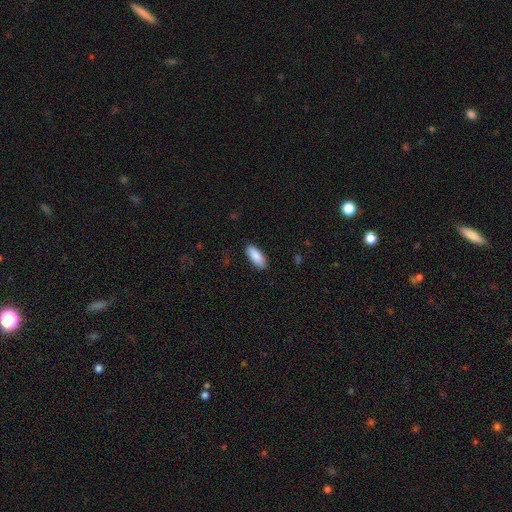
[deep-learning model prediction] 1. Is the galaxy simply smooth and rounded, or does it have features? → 89% smooth, 6% star or artifact, 5% featured or disk.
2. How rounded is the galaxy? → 80% in between, 18% cigar-shaped, 2% round.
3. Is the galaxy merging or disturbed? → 88% none, 9% minor disturbance, 2% major disturbance, 1% merger.